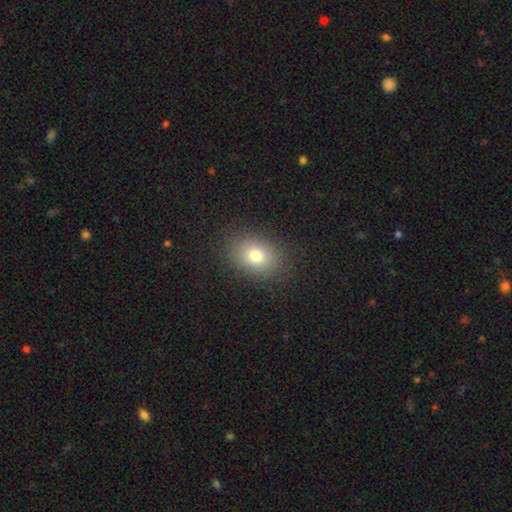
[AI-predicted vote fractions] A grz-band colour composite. It shows a smooth galaxy with no disk features (77%) that is in between round and cigar-shaped (65%). Merging: none (87%).